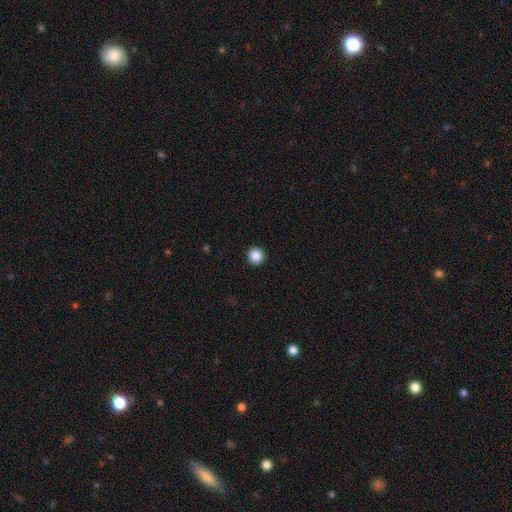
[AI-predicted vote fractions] Smooth or featured: smooth — 87% (star or artifact — 10%)
How rounded: round — 96% (in between — 3%)
Merging: none — 94% (minor disturbance — 4%)